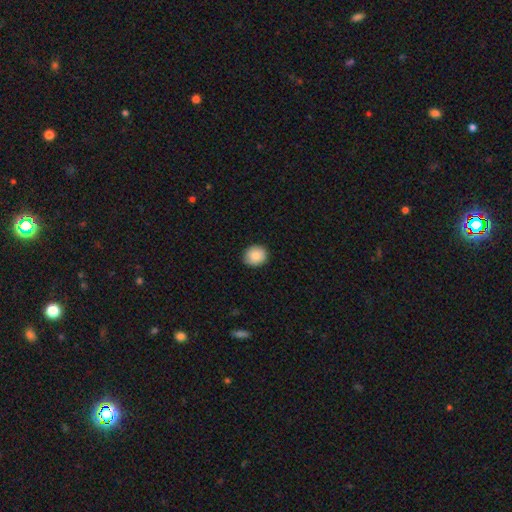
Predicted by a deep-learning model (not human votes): Overall: smooth (85%). How rounded: round (79%). Merging: none (88%).